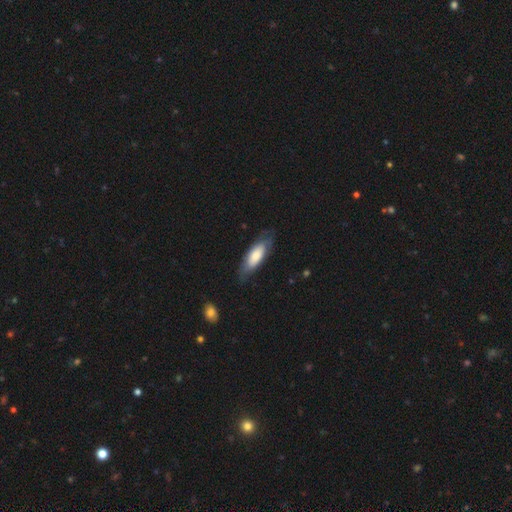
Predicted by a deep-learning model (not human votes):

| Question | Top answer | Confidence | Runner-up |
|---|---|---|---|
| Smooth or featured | smooth | 70% | featured or disk (25%) |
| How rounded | in between | 66% | cigar-shaped (33%) |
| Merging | none | 74% | minor disturbance (19%) |